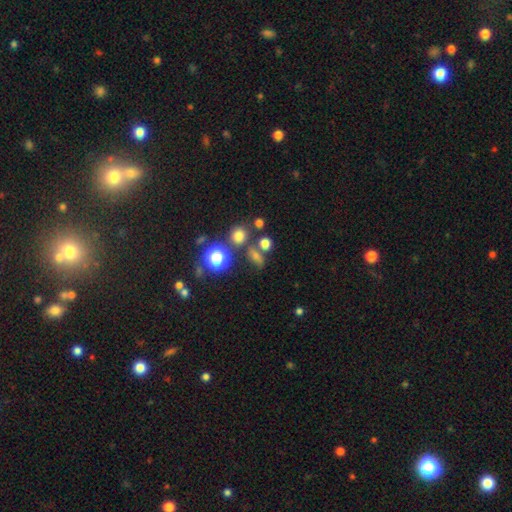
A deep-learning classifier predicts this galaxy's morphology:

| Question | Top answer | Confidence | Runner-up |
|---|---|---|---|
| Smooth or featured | smooth | 61% | star or artifact (26%) |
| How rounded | round | 50% | in between (43%) |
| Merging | none | 63% | merger (17%) |